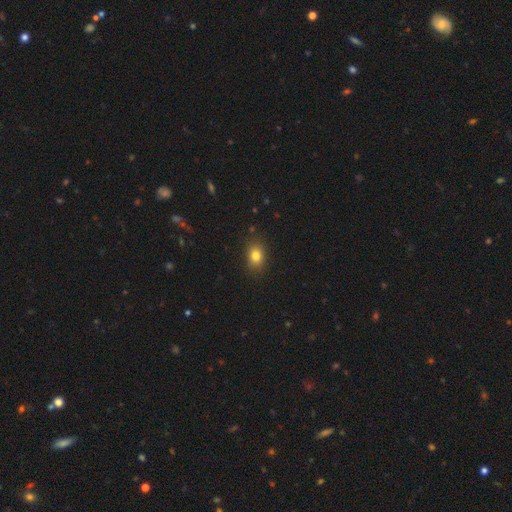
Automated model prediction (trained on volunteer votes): Overall: smooth (81%). How rounded: in between (64%; round 35%). Merging: none (86%).